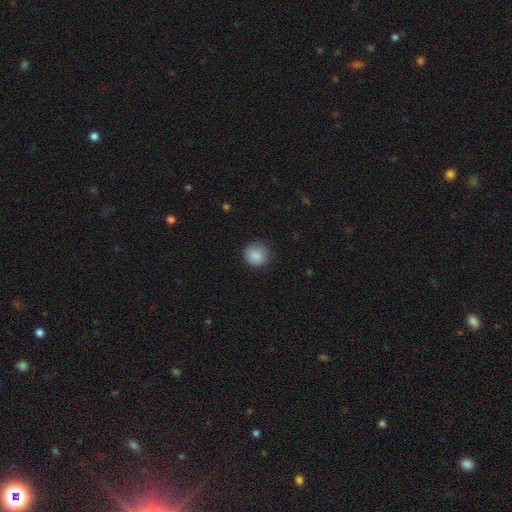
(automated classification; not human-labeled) A smooth galaxy with no disk features (87%) that is round (90%). Merging: none (87%).